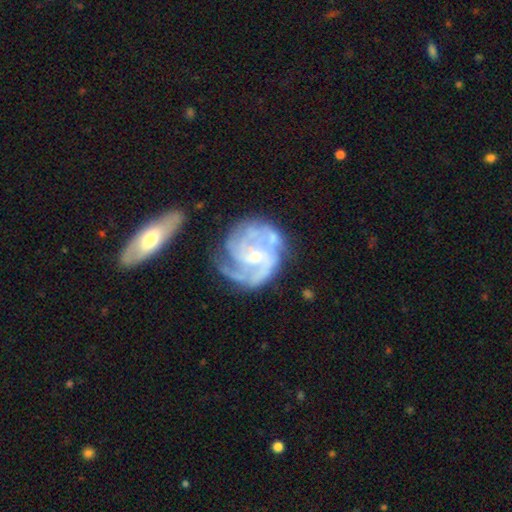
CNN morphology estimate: A featured or disk galaxy (88%) with no bar (60%), 3 (32%) tight (54%) spiral arms (96%) and a small central bulge (65%). Merging: none (57%).